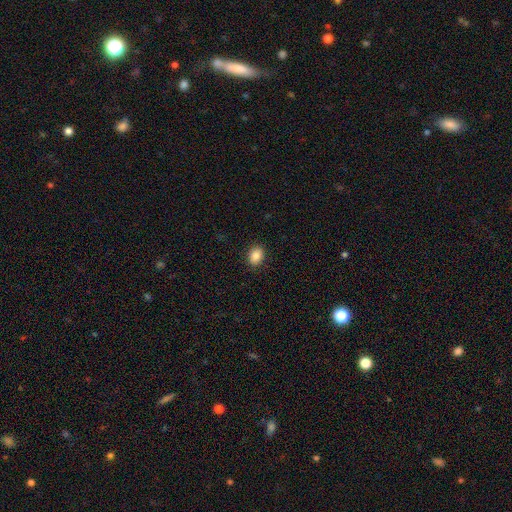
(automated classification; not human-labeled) Q: Smooth or featured?
A: smooth (85%); runner-up: star or artifact (9%)
Q: How rounded?
A: in between (60%); runner-up: round (39%)
Q: Merging?
A: none (89%); runner-up: minor disturbance (8%)